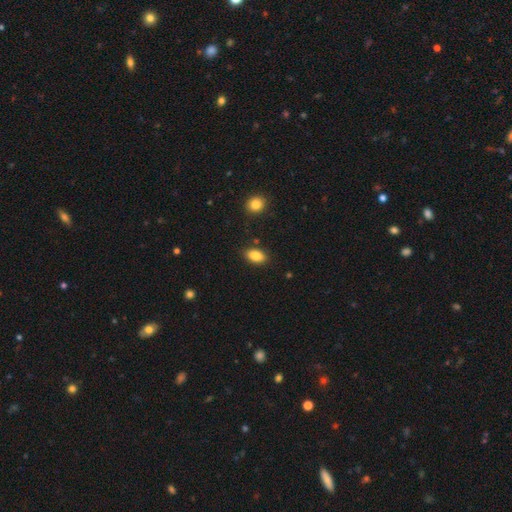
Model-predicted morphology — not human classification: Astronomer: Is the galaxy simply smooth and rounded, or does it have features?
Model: smooth — 86%.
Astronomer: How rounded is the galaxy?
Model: in between — 91%.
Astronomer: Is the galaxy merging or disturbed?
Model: none — 86%.